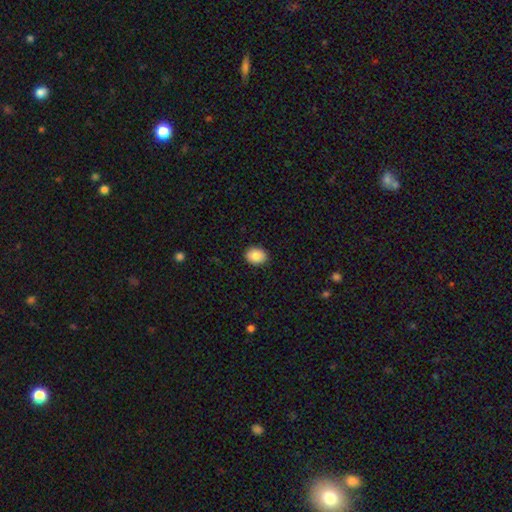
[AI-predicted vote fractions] smooth_or_featured: smooth (p=0.85) [alt: star or artifact p=0.08]
how_rounded: round (p=0.53) [alt: in between p=0.46]
merging: none (p=0.90) [alt: minor disturbance p=0.08]